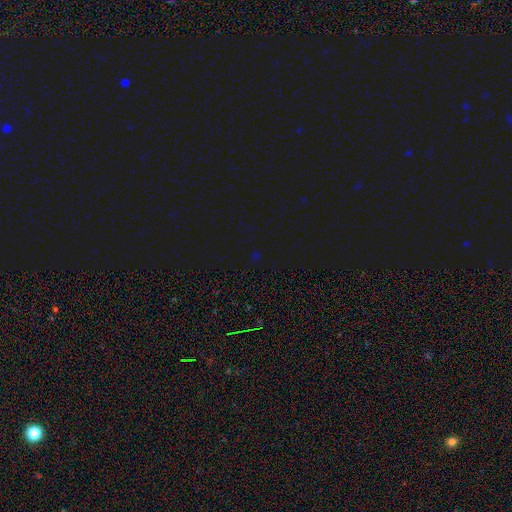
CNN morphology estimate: A star or artifact, not a galaxy (74%).

Vote fractions:
- Smooth or featured? star or artifact: 74% / smooth: 19% / featured or disk: 7%